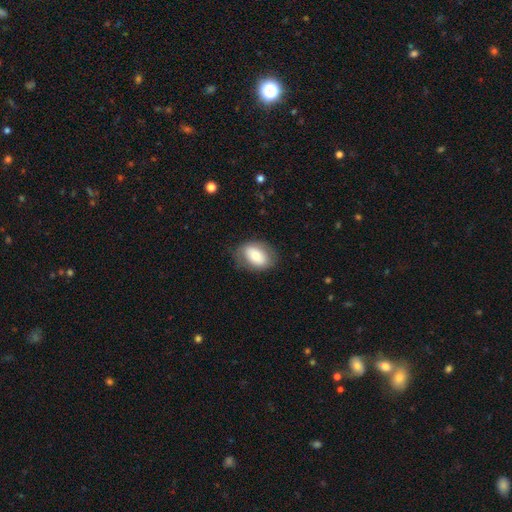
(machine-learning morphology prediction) The model was most divided on "smooth or featured": smooth: 72%, featured or disk: 21%, star or artifact: 7%. More confident: how rounded — in between (82%); merging — none (76%).